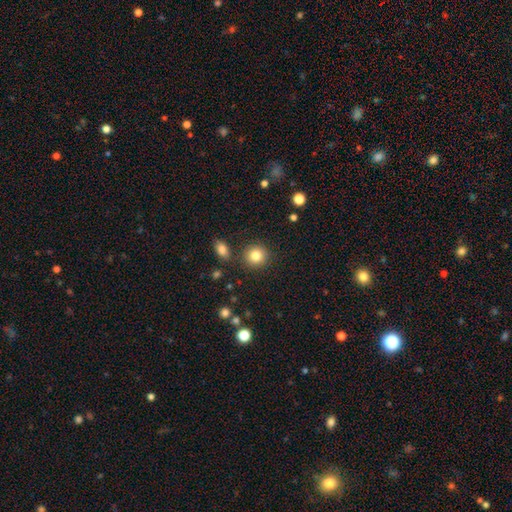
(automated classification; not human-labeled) A smooth galaxy with no disk features (83%) that is round (90%).

Vote fractions:
- Smooth or featured? smooth: 83% / star or artifact: 10% / featured or disk: 7%
- How rounded? round: 90% / in between: 9% / cigar-shaped: 1%
- Merging? none: 86% / minor disturbance: 7% / merger: 4% / major disturbance: 3%